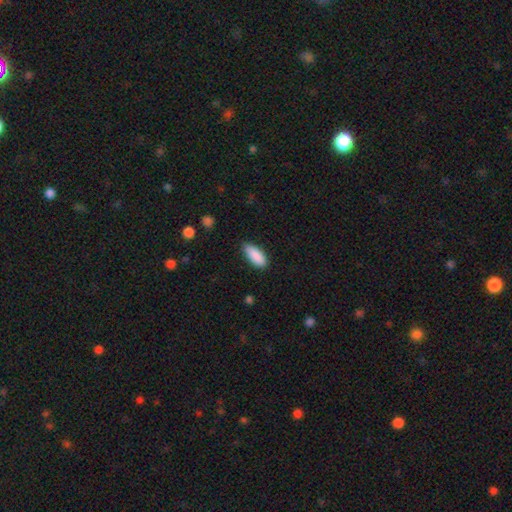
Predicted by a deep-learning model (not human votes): smooth-or-featured: smooth: 90% | star or artifact: 6% | featured or disk: 4%
  how-rounded: in between: 78% | cigar-shaped: 20% | round: 2%
  merging: none: 80% | minor disturbance: 16% | major disturbance: 3% | merger: 1%